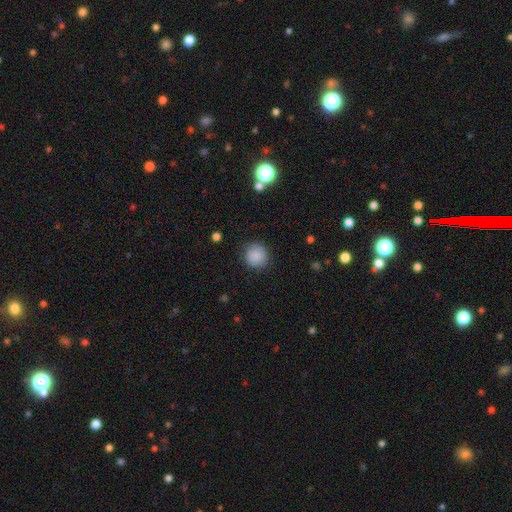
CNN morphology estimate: This is clearly a smooth galaxy (87%). How rounded: clearly round (91%). Merging: clearly none (88%).